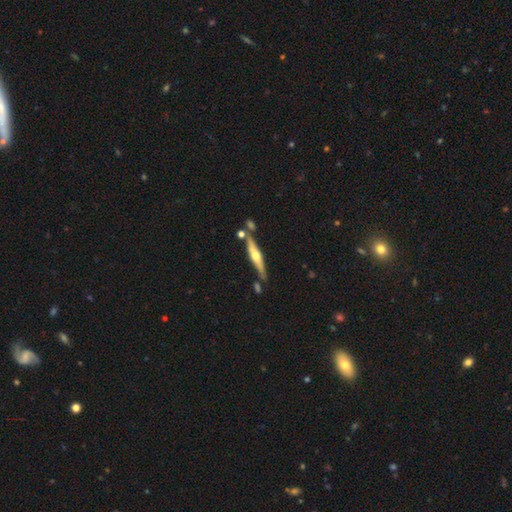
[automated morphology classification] A featured or disk galaxy (67%) viewed edge-on (95%) with a rounded central bulge (92%). Merging: none (74%).